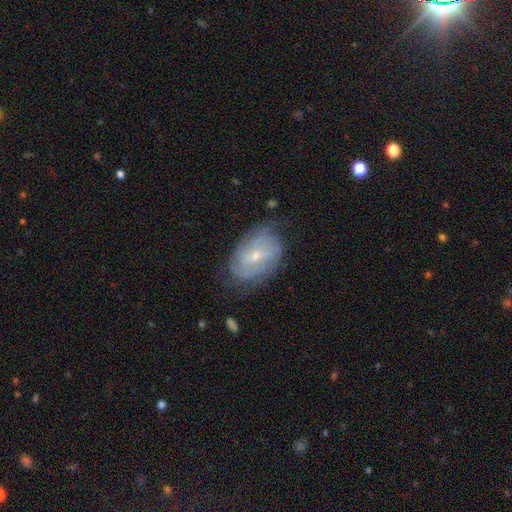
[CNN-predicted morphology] smooth-or-featured: featured or disk: 73% | smooth: 20% | star or artifact: 7%
  disk-edge-on: no: 95% | yes: 5%
    bar: weak: 49% | no: 38% | strong: 14%
    has-spiral-arms: yes: 84% | no: 16%
      spiral-winding: tight: 58% | medium: 31% | loose: 11%
      spiral-arm-count: can't tell: 46% | 2: 29% | 3: 11% | 4: 6% | 1: 4% | more than 4: 3%
    bulge-size: small: 61% | moderate: 35% | none: 1% | large: 1% | dominant: 1%
  merging: none: 66% | minor disturbance: 24% | major disturbance: 9% | merger: 1%